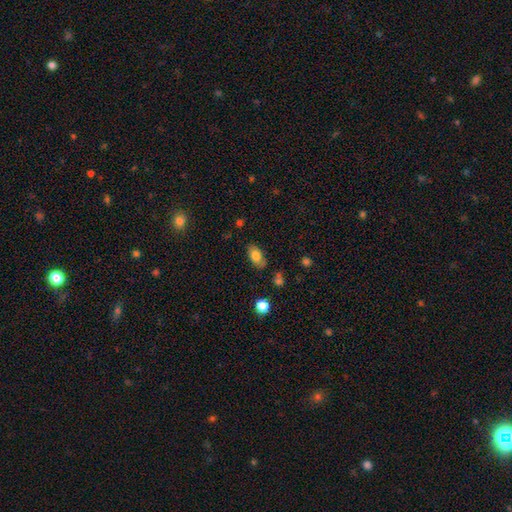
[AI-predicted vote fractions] A smooth galaxy with no disk features (79%) that is in between round and cigar-shaped (91%). Merging: none (78%).